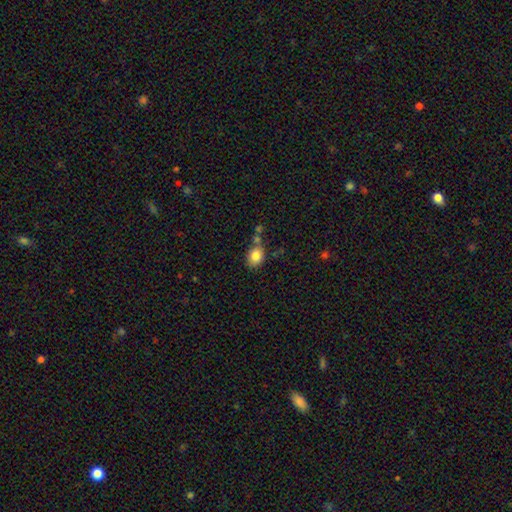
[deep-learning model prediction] smooth 83%, star or artifact 9%, featured or disk 8%. Down the decision tree: how rounded — in between (54%); merging — none (62%).